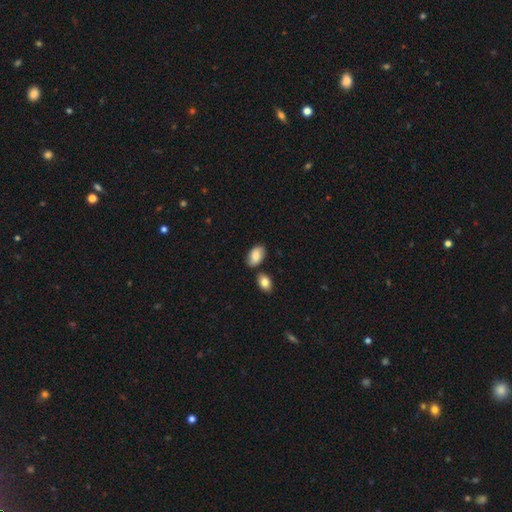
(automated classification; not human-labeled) Q: Smooth or featured?
A: smooth (82%); runner-up: featured or disk (11%)
Q: How rounded?
A: in between (93%); runner-up: round (5%)
Q: Merging?
A: none (71%); runner-up: minor disturbance (15%)